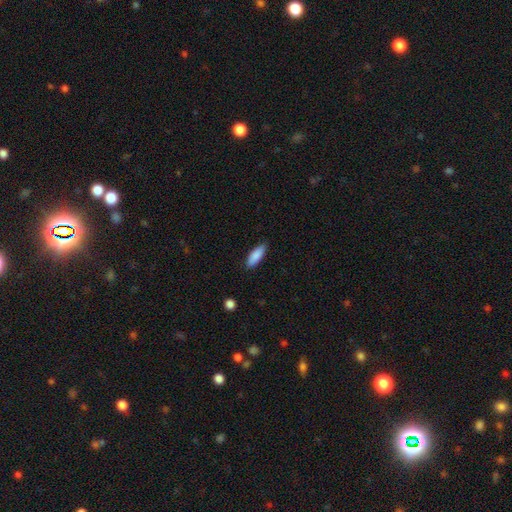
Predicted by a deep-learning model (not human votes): Morphology: type=smooth (87%); roundness=in between (60%); merging=none (86%).